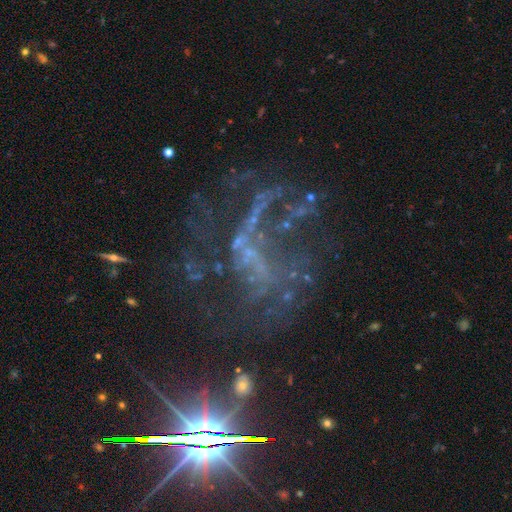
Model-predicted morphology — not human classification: Smooth or featured? Predicted: featured or disk (p=0.52). Edge-on disk? Predicted: no (p=0.94). Merging? Predicted: major disturbance (p=0.42).